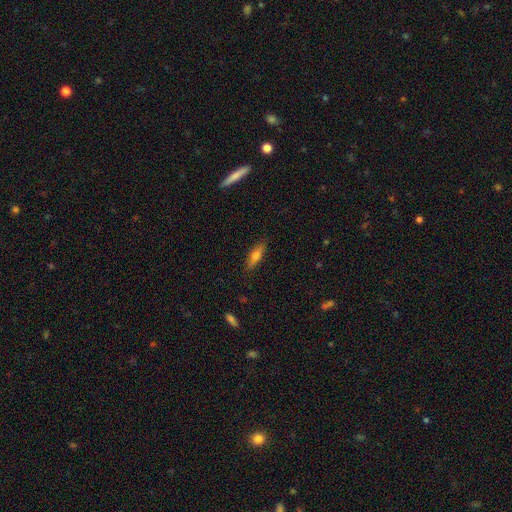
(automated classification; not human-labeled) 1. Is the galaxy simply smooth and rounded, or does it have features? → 66% smooth, 26% featured or disk, 8% star or artifact.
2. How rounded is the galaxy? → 60% cigar-shaped, 38% in between, 2% round.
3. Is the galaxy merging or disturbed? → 85% none, 12% minor disturbance, 2% major disturbance, 1% merger.